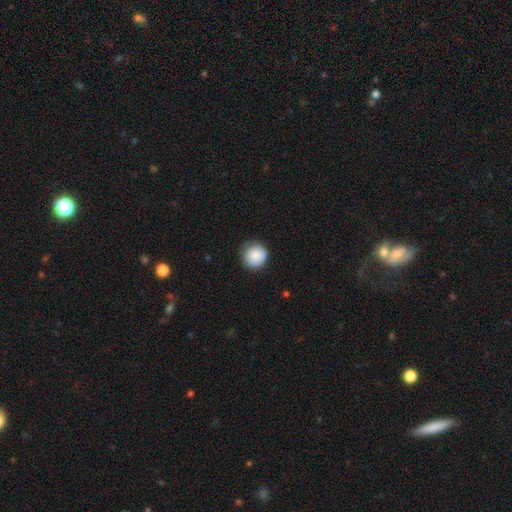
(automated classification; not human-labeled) smooth-or-featured: smooth: 86% | star or artifact: 7% | featured or disk: 7%
  how-rounded: round: 93% | in between: 6% | cigar-shaped: 1%
  merging: none: 76% | minor disturbance: 18% | major disturbance: 4% | merger: 1%